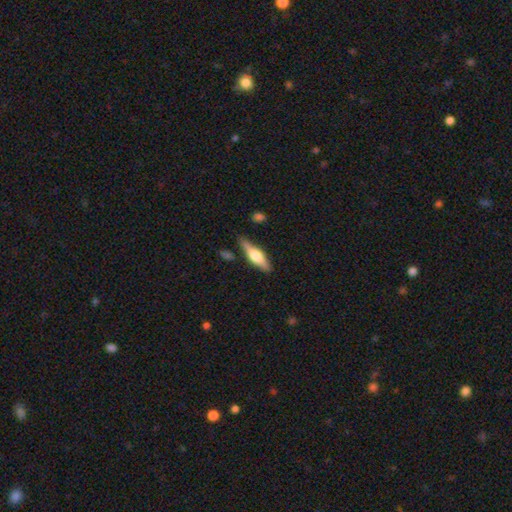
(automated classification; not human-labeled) smooth_or_featured: featured or disk (p=0.57) [alt: smooth p=0.37]
disk_edge_on: yes (p=0.95) [alt: no p=0.05]
edge_on_bulge: rounded (p=0.88) [alt: boxy p=0.09]
merging: none (p=0.83) [alt: minor disturbance p=0.11]